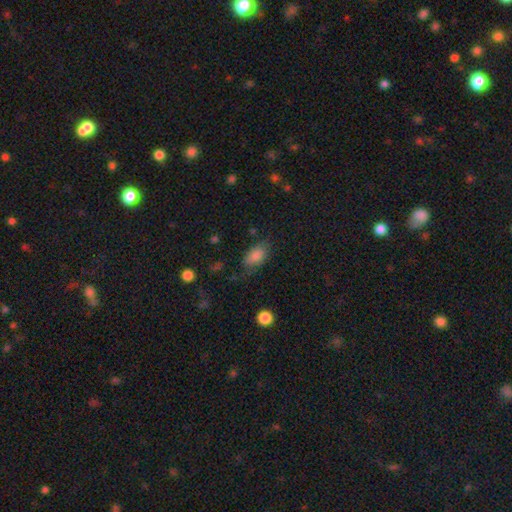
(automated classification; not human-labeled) A smooth galaxy with no disk features (84%) that is in between round and cigar-shaped (91%). Merging: none (64%).